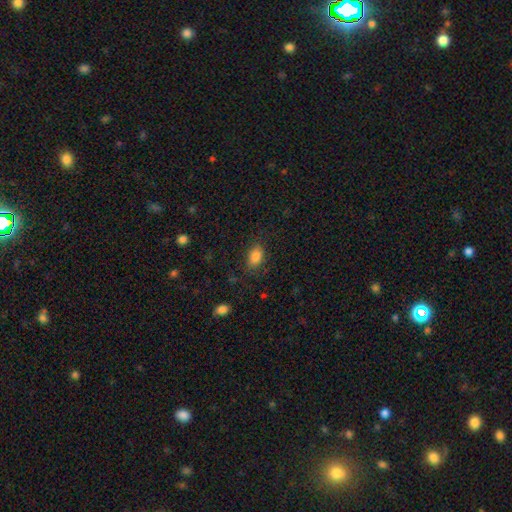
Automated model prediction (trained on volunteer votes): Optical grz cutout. It shows a smooth galaxy with no disk features (85%) that is in between round and cigar-shaped (85%). Merging: none (79%).